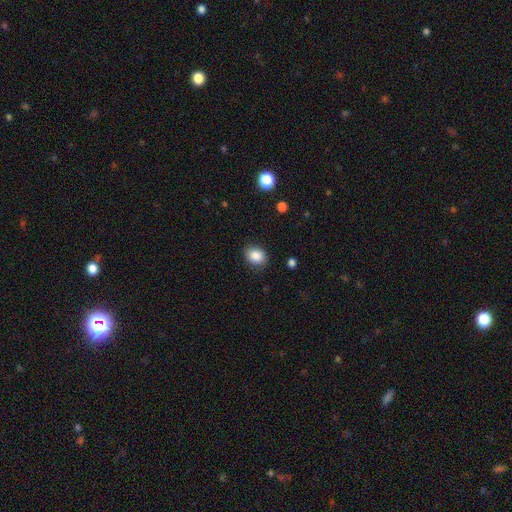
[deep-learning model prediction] smooth_or_featured: smooth (p=0.87) [alt: star or artifact p=0.09]
how_rounded: in between (p=0.53) [alt: round p=0.47]
merging: none (p=0.86) [alt: minor disturbance p=0.10]